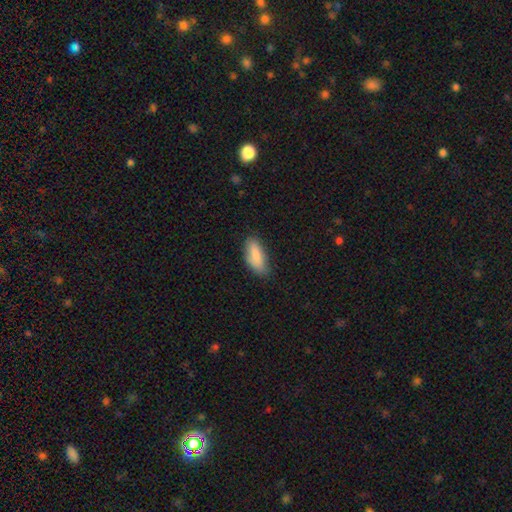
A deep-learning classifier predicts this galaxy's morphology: A smooth galaxy with no disk features (84%) that is in between round and cigar-shaped (77%). Merging: none (78%).